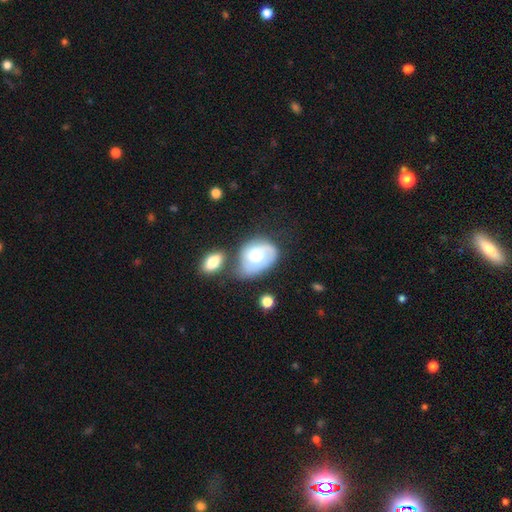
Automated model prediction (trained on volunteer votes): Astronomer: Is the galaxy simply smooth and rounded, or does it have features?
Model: featured or disk — 52% (runner-up: smooth, 42%).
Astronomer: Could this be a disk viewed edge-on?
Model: no — 96%.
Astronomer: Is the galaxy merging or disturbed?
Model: none — 37% (runner-up: minor disturbance, 26%).